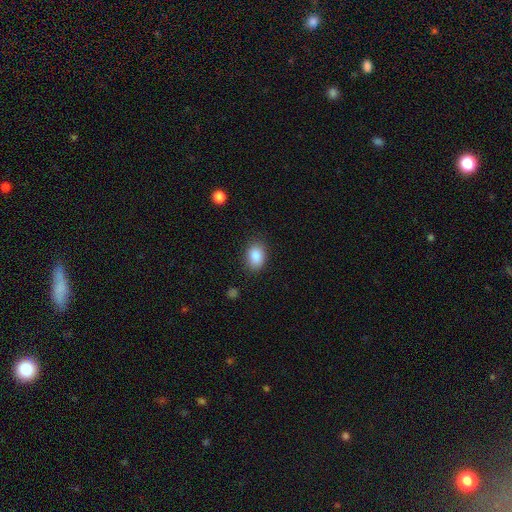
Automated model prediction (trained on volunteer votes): Morphology: type=smooth (88%); roundness=in between (81%); merging=none (83%).